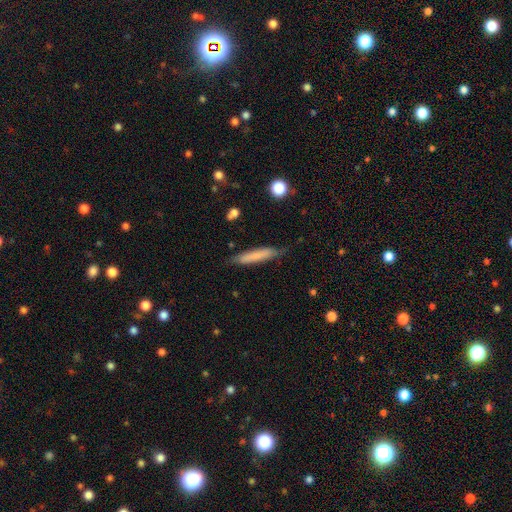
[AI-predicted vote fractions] Smooth or featured: smooth — 70% (featured or disk — 24%)
How rounded: cigar-shaped — 92% (in between — 7%)
Merging: none — 79% (minor disturbance — 16%)